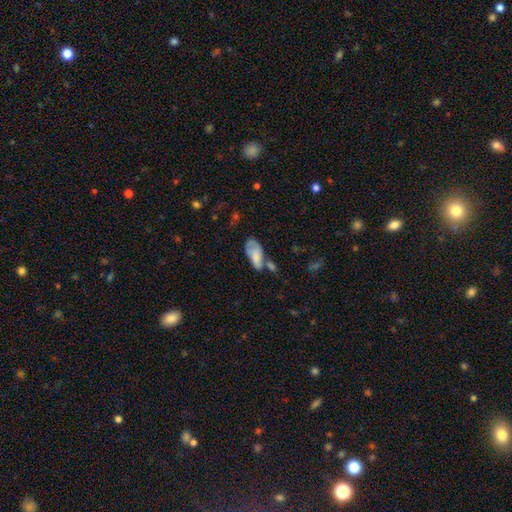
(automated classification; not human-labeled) smooth-or-featured: smooth: 69% | featured or disk: 24% | star or artifact: 8%
  how-rounded: in between: 89% | cigar-shaped: 8% | round: 3%
  merging: none: 32% | minor disturbance: 27% | merger: 24% | major disturbance: 17%